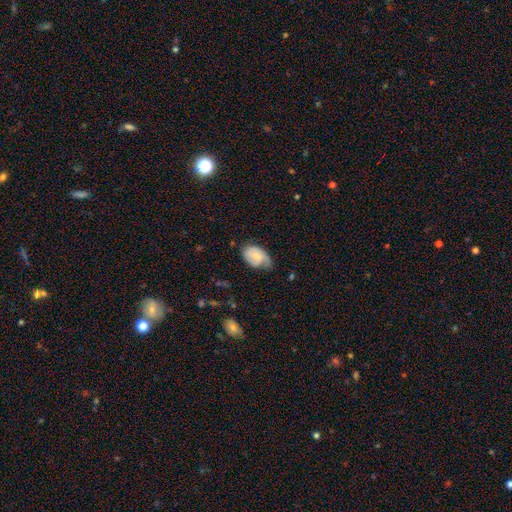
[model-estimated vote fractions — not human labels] Q: Smooth or featured?
A: smooth (59%); runner-up: featured or disk (34%)
Q: How rounded?
A: in between (85%); runner-up: round (14%)
Q: Merging?
A: minor disturbance (42%); runner-up: none (38%)